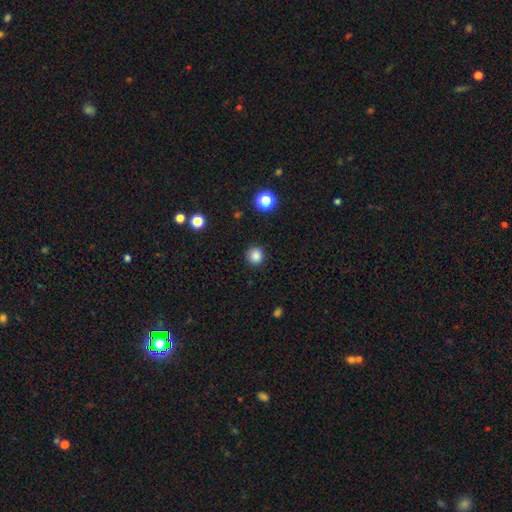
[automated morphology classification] The model was most divided on "smooth or featured": smooth: 84%, star or artifact: 12%, featured or disk: 3%. More confident: how rounded — round (93%); merging — none (88%).